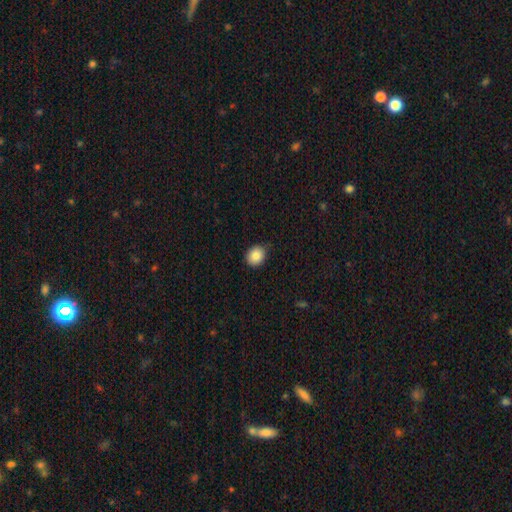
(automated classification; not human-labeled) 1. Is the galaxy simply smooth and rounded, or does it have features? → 86% smooth, 9% star or artifact, 6% featured or disk.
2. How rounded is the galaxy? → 67% round, 32% in between, 1% cigar-shaped.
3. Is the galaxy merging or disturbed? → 85% none, 12% minor disturbance, 2% major disturbance, 1% merger.